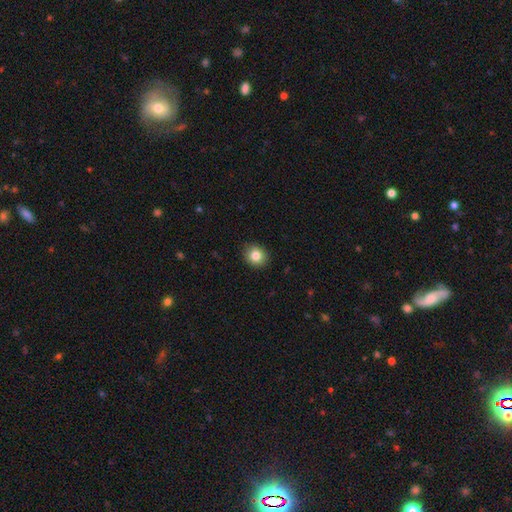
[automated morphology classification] Q: Smooth or featured?
A: smooth (83%); runner-up: star or artifact (10%)
Q: How rounded?
A: round (79%); runner-up: in between (20%)
Q: Merging?
A: none (91%); runner-up: minor disturbance (7%)